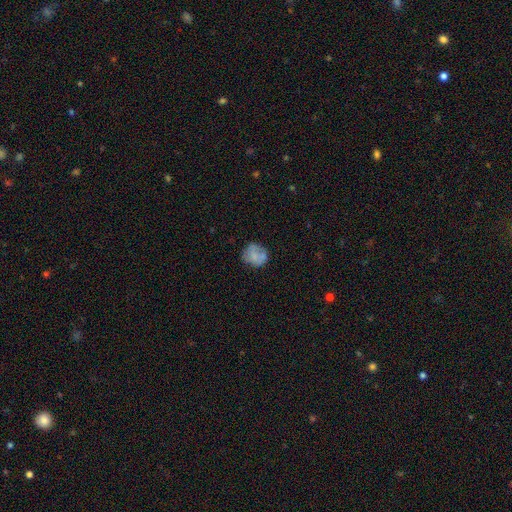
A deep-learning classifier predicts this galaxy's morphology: This appears to be a smooth galaxy with no disk features (66%) that is round (79%). Merging: none (61%).